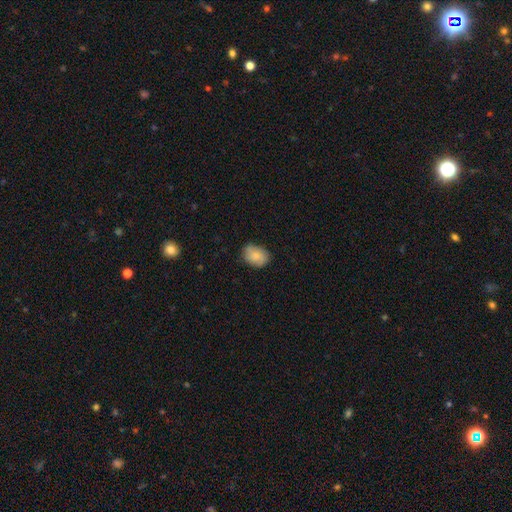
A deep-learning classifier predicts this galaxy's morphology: Smooth or featured? smooth (78%)
How rounded? in between (70%)
Merging? none (75%)